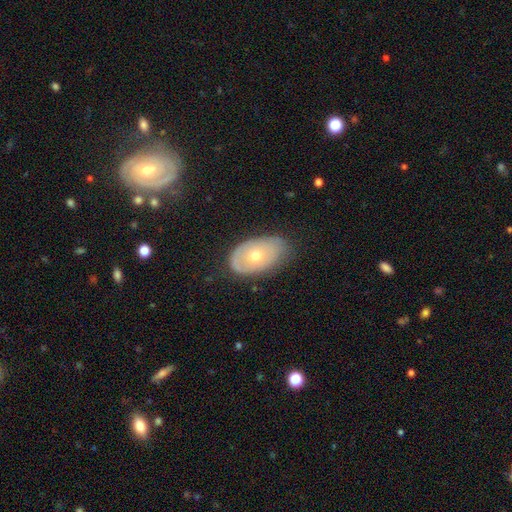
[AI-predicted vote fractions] A smooth galaxy with no disk features (49%). Merging: none (69%).